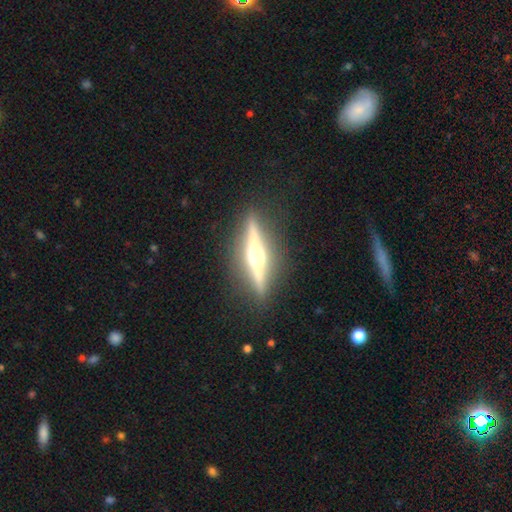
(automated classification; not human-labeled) smooth_or_featured: featured or disk (p=0.84) [alt: smooth p=0.10]
disk_edge_on: yes (p=0.98) [alt: no p=0.02]
edge_on_bulge: rounded (p=0.95) [alt: boxy p=0.03]
merging: none (p=0.90) [alt: minor disturbance p=0.07]